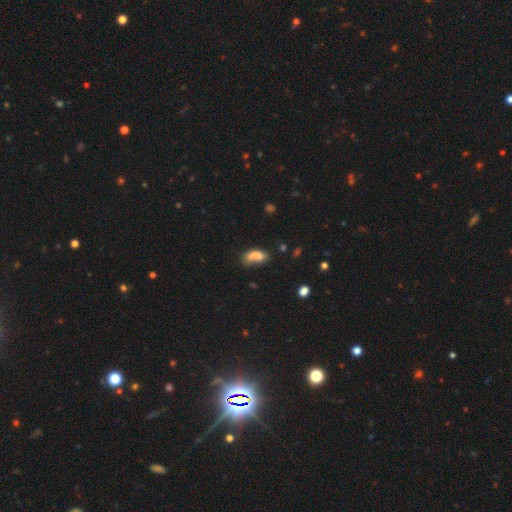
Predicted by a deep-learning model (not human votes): This appears to be a smooth galaxy with no disk features (76%) that is in between round and cigar-shaped (84%). Merging: none (36%).